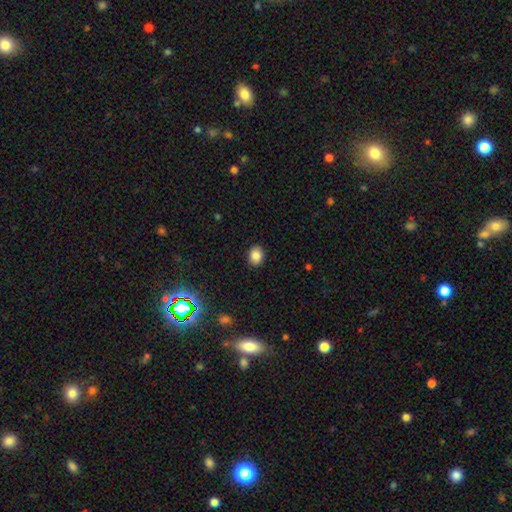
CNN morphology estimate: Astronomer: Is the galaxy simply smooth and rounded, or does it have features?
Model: smooth — 84%.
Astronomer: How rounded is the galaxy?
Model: round — 53% (runner-up: in between, 46%).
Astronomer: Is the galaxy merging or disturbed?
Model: none — 90%.